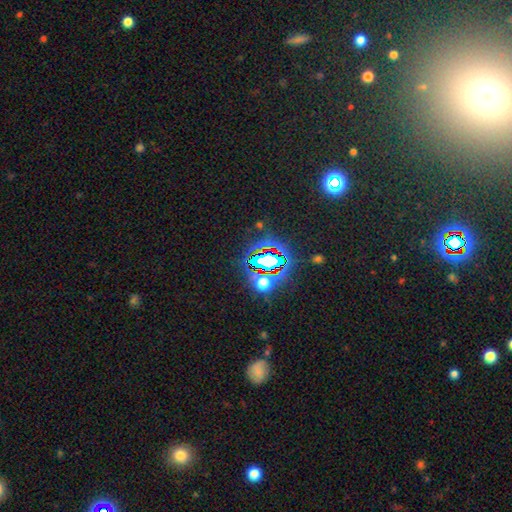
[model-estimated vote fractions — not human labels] Smooth or featured? Predicted: star or artifact (p=0.77).